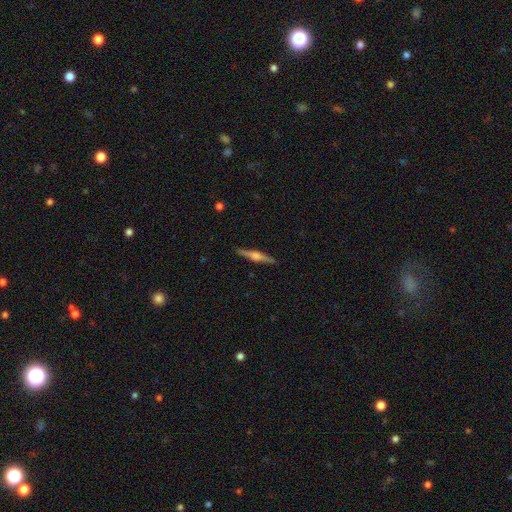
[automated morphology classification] A featured or disk galaxy (77%) viewed edge-on (98%) with a rounded central bulge (82%). Merging: none (91%).